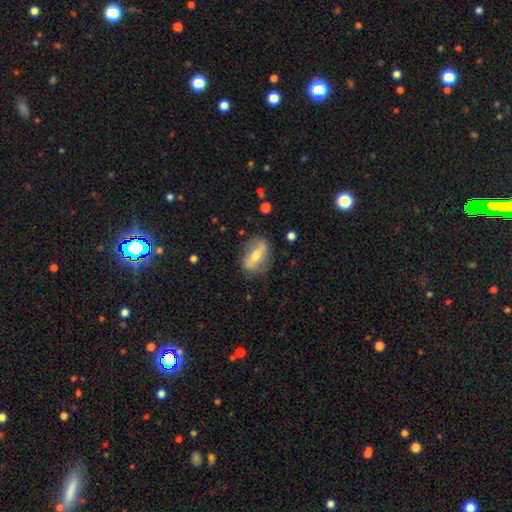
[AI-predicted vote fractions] smooth-or-featured: featured or disk: 53% | smooth: 39% | star or artifact: 8%
  disk-edge-on: no: 82% | yes: 18%
  merging: none: 78% | minor disturbance: 16% | major disturbance: 5% | merger: 2%